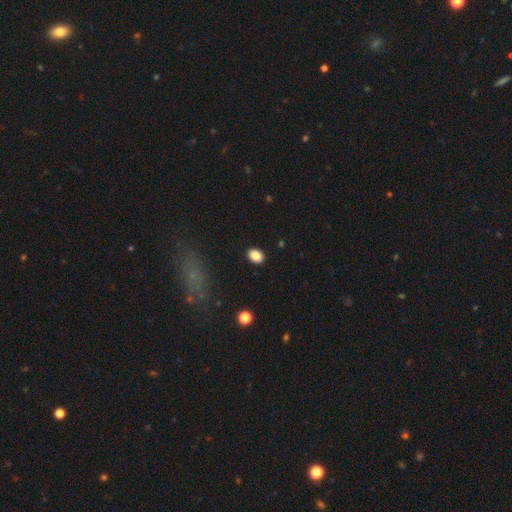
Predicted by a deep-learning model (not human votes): The model was most divided on "how rounded": in between: 76%, round: 23%, cigar-shaped: 1%. More confident: merging — none (89%); smooth or featured — smooth (87%).